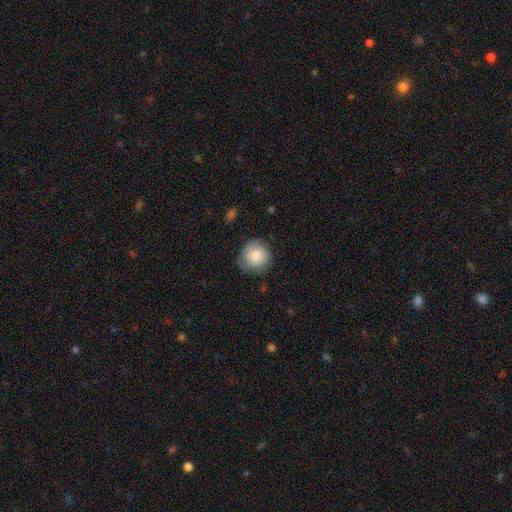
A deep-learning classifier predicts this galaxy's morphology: Smooth or featured?
  - smooth: 81% *
  - featured or disk: 12%
  - star or artifact: 7%
How rounded?
  - round: 89% *
  - in between: 10%
  - cigar-shaped: 1%
Merging?
  - none: 70% *
  - minor disturbance: 23%
  - major disturbance: 6%
  - merger: 1%